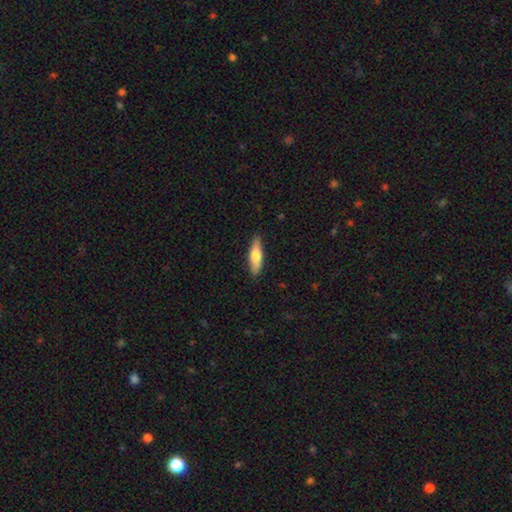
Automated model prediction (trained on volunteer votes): A smooth galaxy with no disk features (68%) that is cigar-shaped (62%). Merging: none (88%).